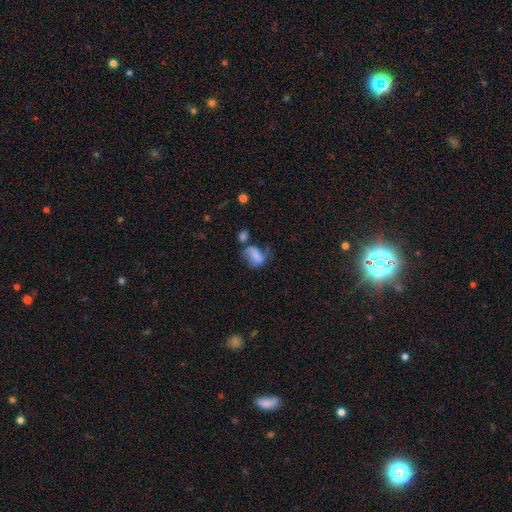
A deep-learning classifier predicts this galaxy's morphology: smooth 60%, featured or disk 29%, star or artifact 11%. Down the decision tree: how rounded — in between (77%); merging — none (34%).